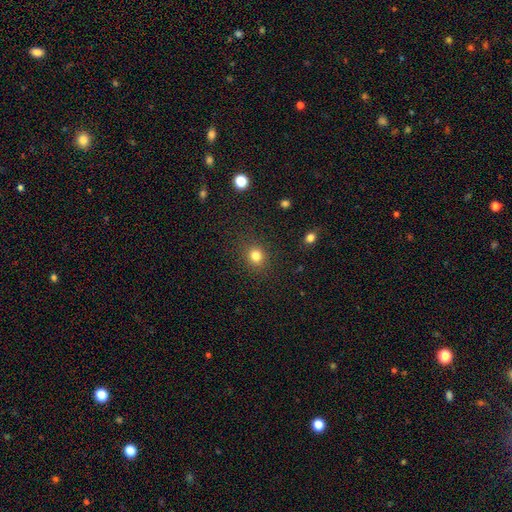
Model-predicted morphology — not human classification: Q: Smooth or featured?
A: smooth (81%); runner-up: star or artifact (13%)
Q: How rounded?
A: round (81%); runner-up: in between (18%)
Q: Merging?
A: none (87%); runner-up: minor disturbance (8%)